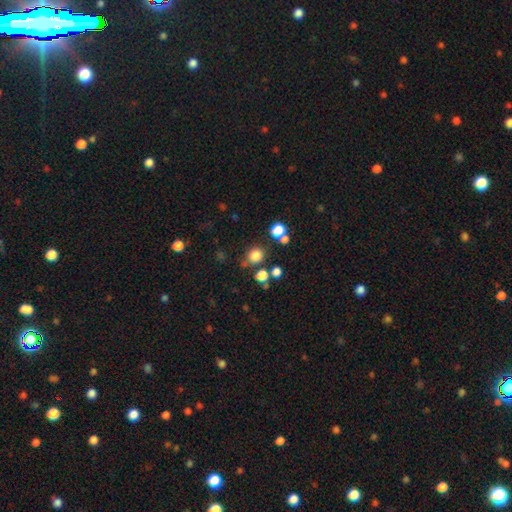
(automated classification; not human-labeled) Q: Smooth or featured?
A: smooth (79%); runner-up: star or artifact (15%)
Q: How rounded?
A: round (86%); runner-up: in between (13%)
Q: Merging?
A: none (77%); runner-up: minor disturbance (10%)